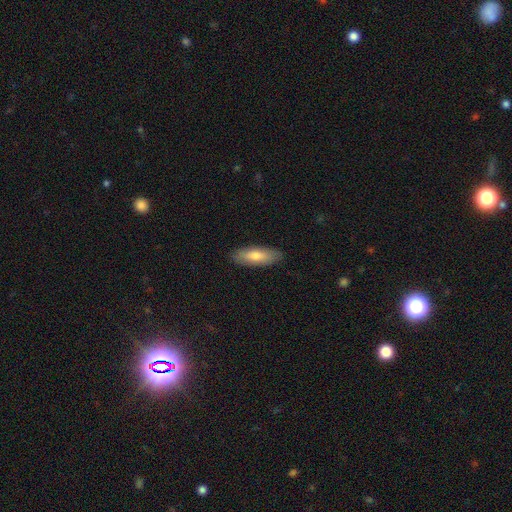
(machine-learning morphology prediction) Q: Smooth or featured?
A: smooth (73%); runner-up: featured or disk (22%)
Q: How rounded?
A: in between (61%); runner-up: cigar-shaped (37%)
Q: Merging?
A: none (87%); runner-up: minor disturbance (10%)